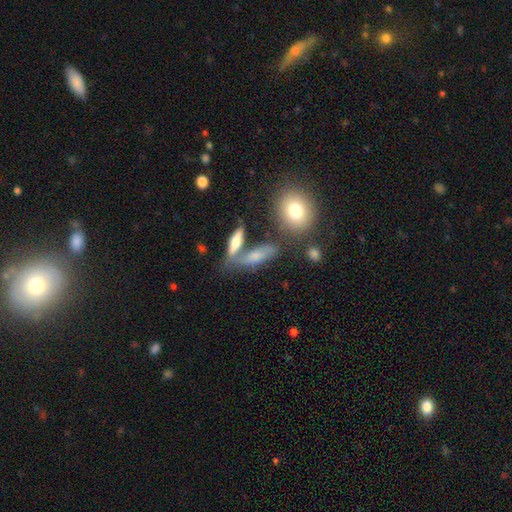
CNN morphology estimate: type=smooth (60%); roundness=in between (49%); merging=none (45%).